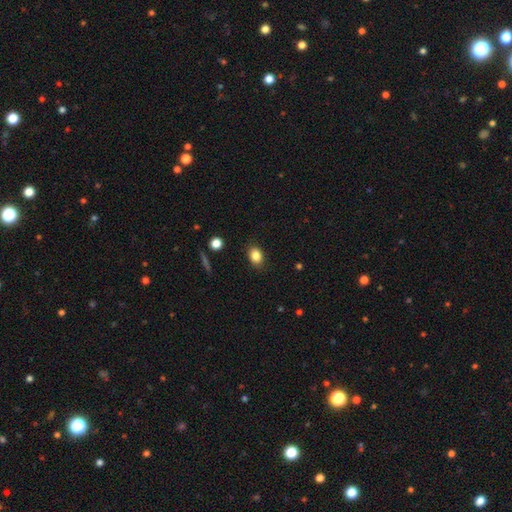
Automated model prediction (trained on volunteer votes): This appears to be a smooth galaxy with no disk features (84%) that is in between round and cigar-shaped (69%). Merging: none (86%).